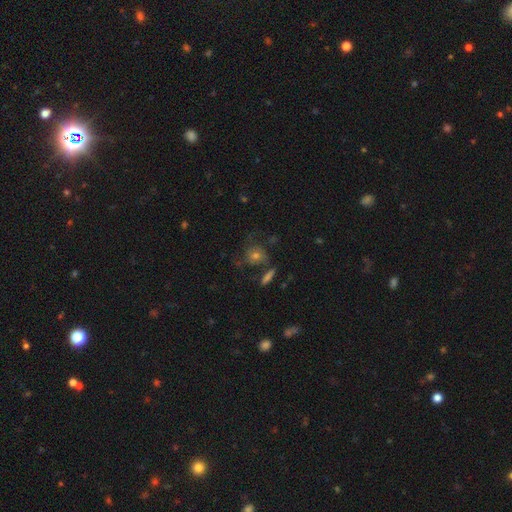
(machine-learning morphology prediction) type=smooth (43%); merging=none (61%).